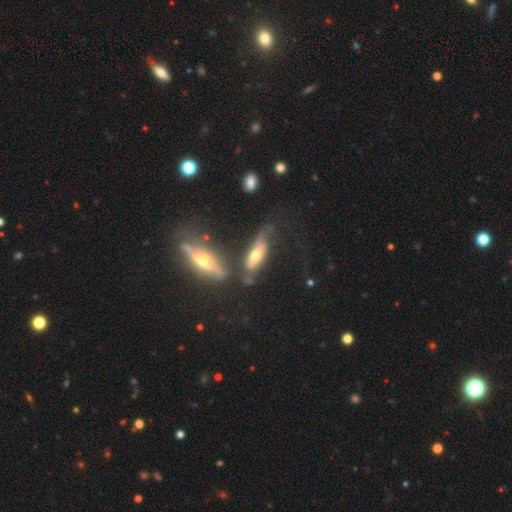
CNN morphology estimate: A featured or disk galaxy (52%) viewed edge-on (51%).

Vote fractions:
- Smooth or featured? featured or disk: 52% / smooth: 39% / star or artifact: 8%
- Edge-on disk? yes: 51% / no: 49%
- Merging? none: 32% / merger: 24% / minor disturbance: 22% / major disturbance: 21%